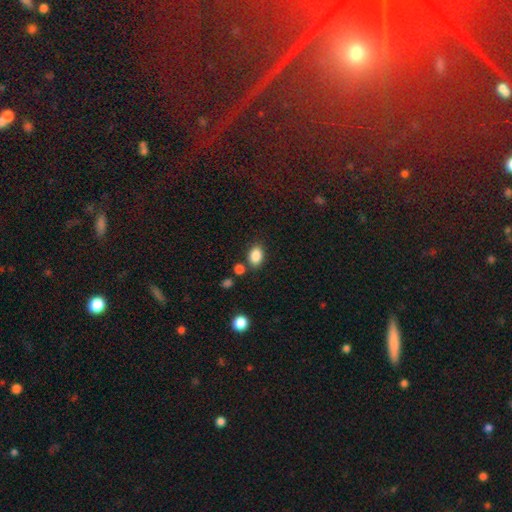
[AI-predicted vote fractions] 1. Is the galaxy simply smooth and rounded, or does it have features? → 87% smooth, 9% star or artifact, 4% featured or disk.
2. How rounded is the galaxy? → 78% in between, 21% round, 1% cigar-shaped.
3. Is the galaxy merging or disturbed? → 77% none, 12% minor disturbance, 7% merger, 3% major disturbance.